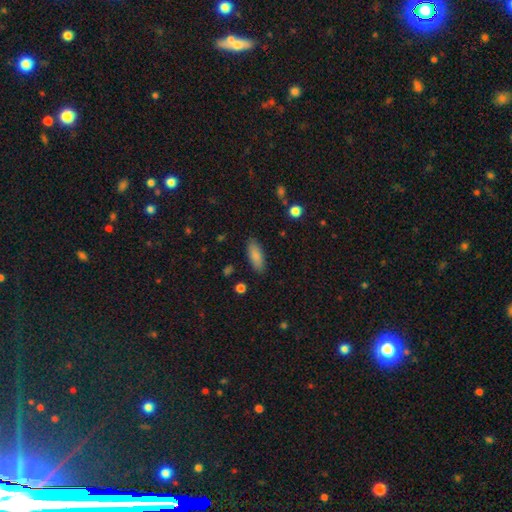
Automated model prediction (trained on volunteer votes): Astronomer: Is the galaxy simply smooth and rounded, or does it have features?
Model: smooth — 86%.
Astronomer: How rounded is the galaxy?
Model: in between — 73%.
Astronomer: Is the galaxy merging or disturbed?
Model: none — 87%.